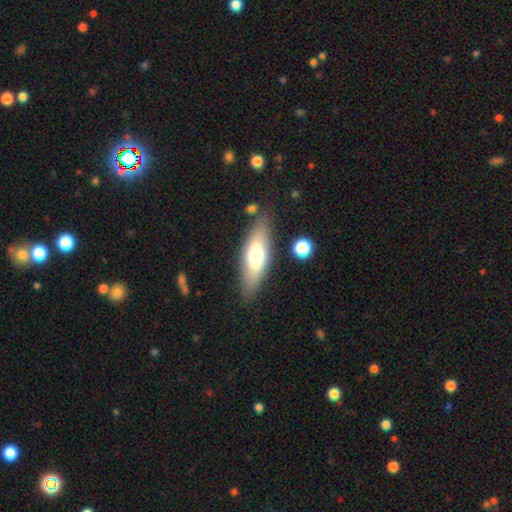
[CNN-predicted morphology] A smooth galaxy with no disk features (63%) that is in between round and cigar-shaped (59%).

Vote fractions:
- Smooth or featured? smooth: 63% / featured or disk: 30% / star or artifact: 7%
- How rounded? in between: 59% / cigar-shaped: 39% / round: 2%
- Merging? none: 81% / minor disturbance: 12% / major disturbance: 4% / merger: 3%